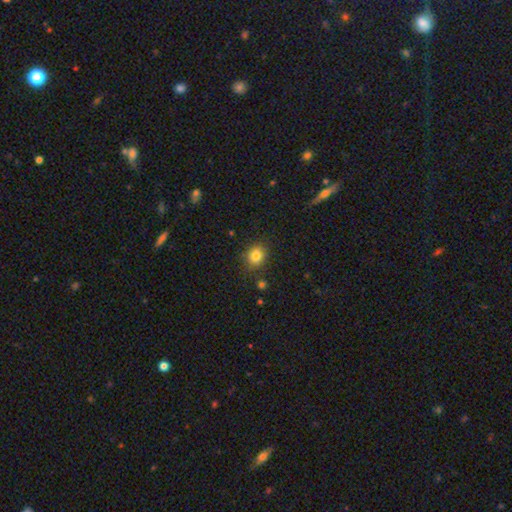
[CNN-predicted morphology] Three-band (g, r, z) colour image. It shows a smooth galaxy with no disk features (83%) that is round (70%). Merging: none (84%).